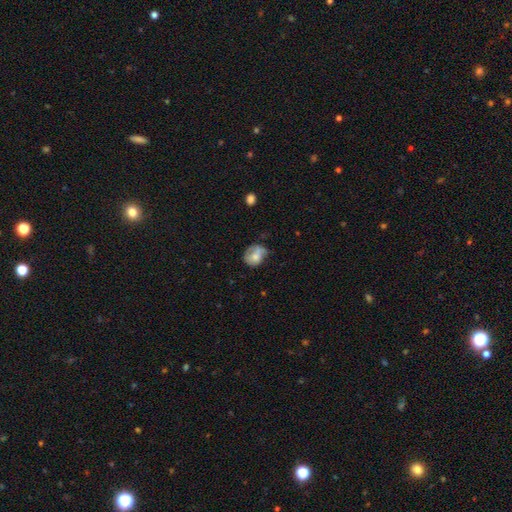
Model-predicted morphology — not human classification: smooth_or_featured: smooth (p=0.62) [alt: featured or disk p=0.29]
how_rounded: round (p=0.56) [alt: in between p=0.43]
merging: none (p=0.37) [alt: minor disturbance p=0.34]